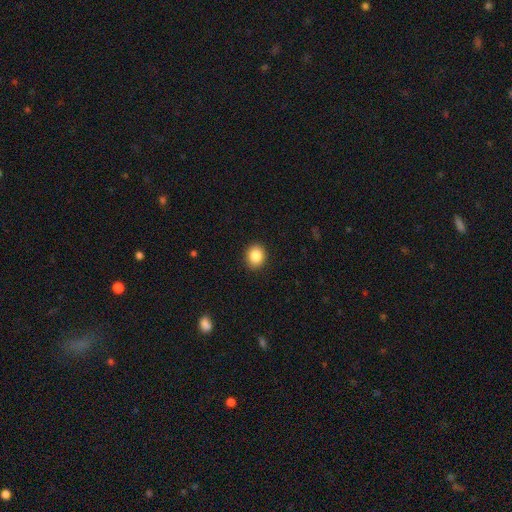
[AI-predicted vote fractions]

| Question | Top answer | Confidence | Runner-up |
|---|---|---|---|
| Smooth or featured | smooth | 86% | star or artifact (9%) |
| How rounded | round | 62% | in between (37%) |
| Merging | none | 91% | minor disturbance (6%) |